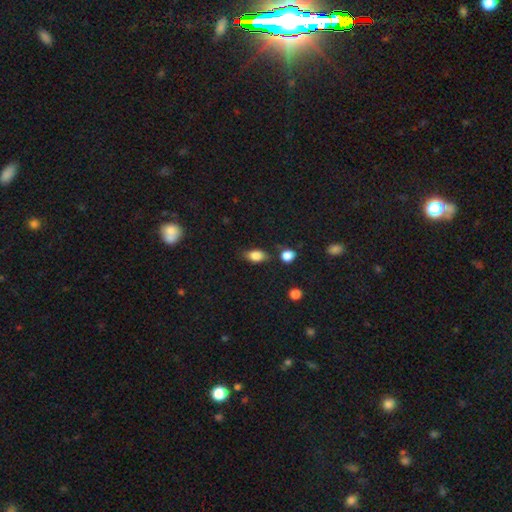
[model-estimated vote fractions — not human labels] Overall: smooth (82%). How rounded: in between (84%). Merging: none (73%).